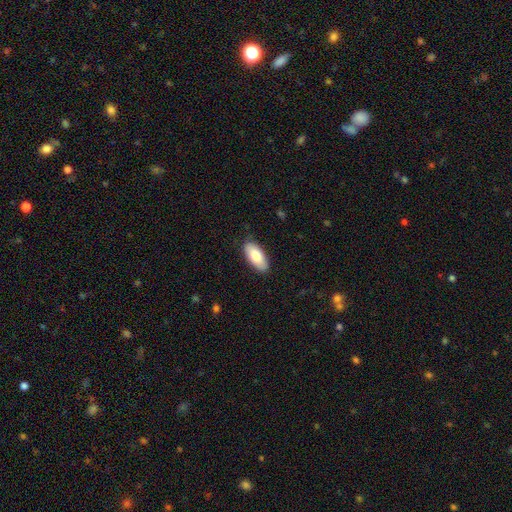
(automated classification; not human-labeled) smooth_or_featured: smooth (p=0.80) [alt: featured or disk p=0.14]
how_rounded: in between (p=0.89) [alt: cigar-shaped p=0.09]
merging: none (p=0.87) [alt: minor disturbance p=0.10]